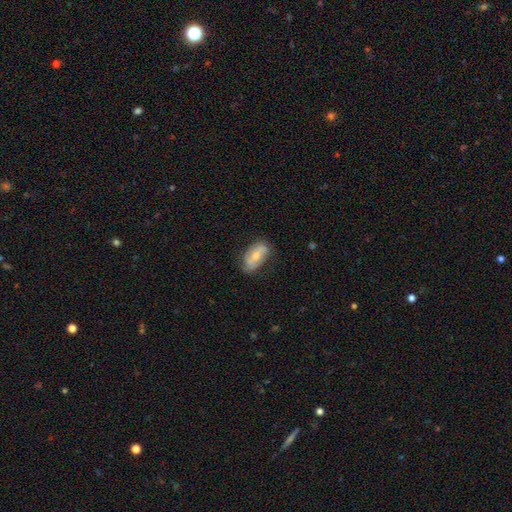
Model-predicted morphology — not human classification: smooth-or-featured: smooth: 53% | featured or disk: 41% | star or artifact: 7%
  how-rounded: in between: 91% | round: 5% | cigar-shaped: 5%
  merging: none: 70% | minor disturbance: 23% | major disturbance: 5% | merger: 1%